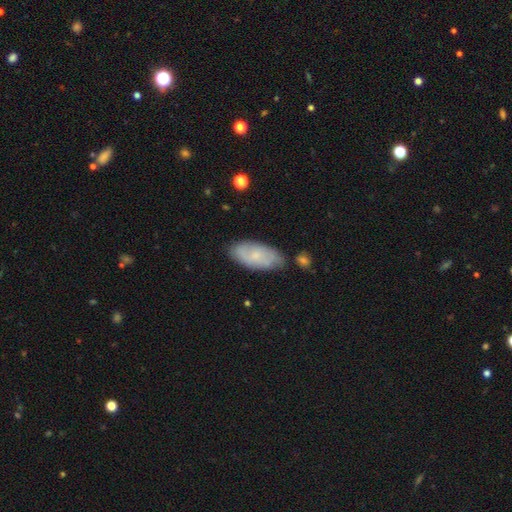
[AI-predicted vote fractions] Smooth or featured? smooth (54%)
How rounded? in between (87%)
Merging? none (72%)